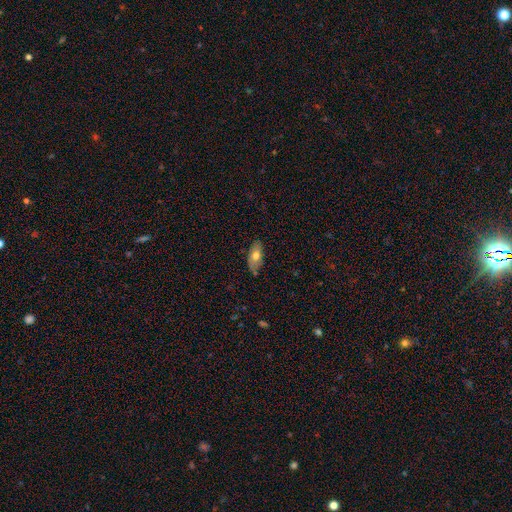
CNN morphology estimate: Q: Smooth or featured?
A: smooth (66%); runner-up: featured or disk (27%)
Q: How rounded?
A: in between (88%); runner-up: cigar-shaped (9%)
Q: Merging?
A: none (76%); runner-up: minor disturbance (19%)